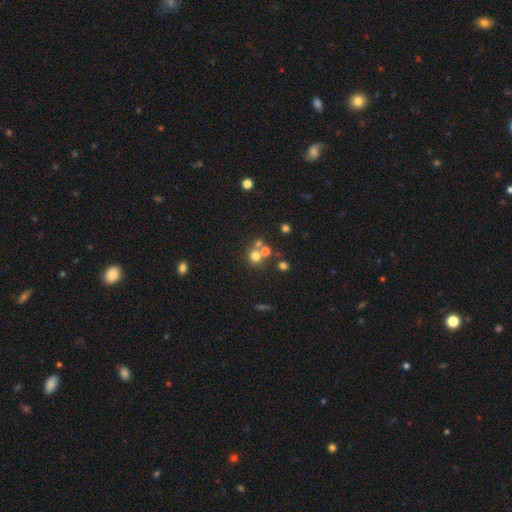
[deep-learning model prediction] A smooth galaxy with no disk features (67%) that is round (88%).

Vote fractions:
- Smooth or featured? smooth: 67% / star or artifact: 18% / featured or disk: 15%
- How rounded? round: 88% / in between: 11% / cigar-shaped: 1%
- Merging? none: 52% / merger: 37% / minor disturbance: 7% / major disturbance: 4%